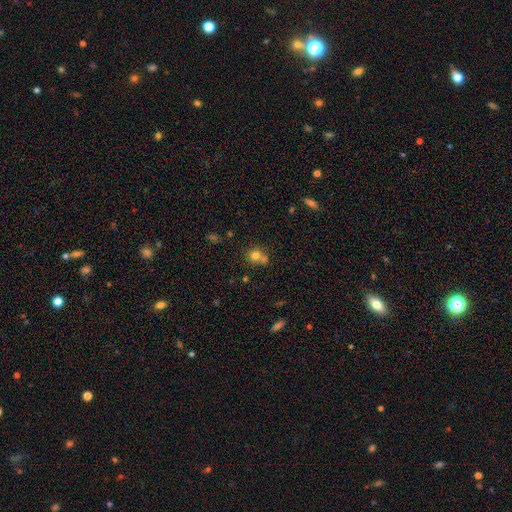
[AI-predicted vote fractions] smooth_or_featured: smooth (p=0.76) [alt: star or artifact p=0.13]
how_rounded: round (p=0.84) [alt: in between p=0.15]
merging: none (p=0.51) [alt: merger p=0.37]